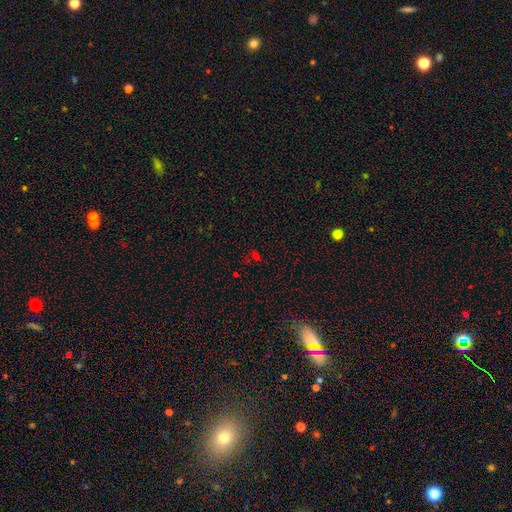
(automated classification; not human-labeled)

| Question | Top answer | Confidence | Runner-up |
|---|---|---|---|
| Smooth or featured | star or artifact | 51% | smooth (41%) |